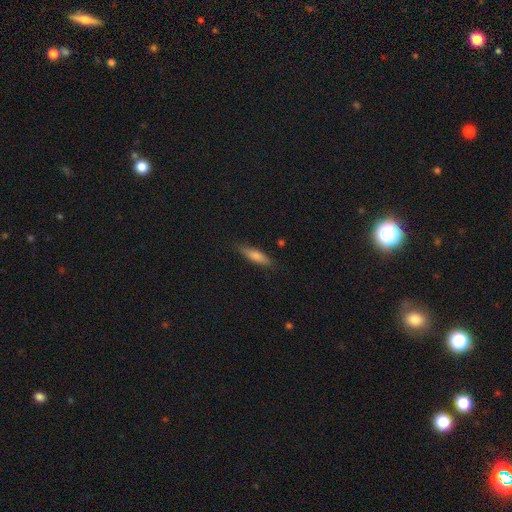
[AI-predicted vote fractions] smooth 75%, featured or disk 19%, star or artifact 7%. Down the decision tree: how rounded — cigar-shaped (66%); merging — none (84%).